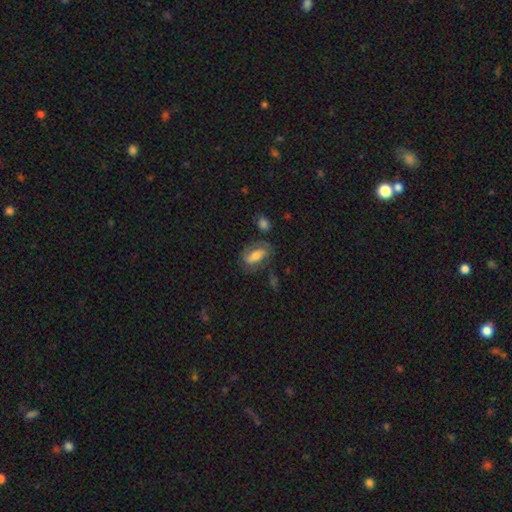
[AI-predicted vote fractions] Smooth or featured? smooth (58%)
How rounded? in between (83%)
Merging? none (58%)